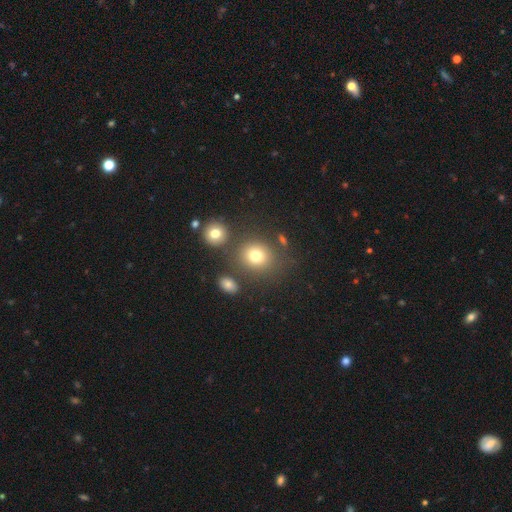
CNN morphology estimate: The model was most divided on "how rounded": round: 76%, in between: 23%, cigar-shaped: 1%. More confident: smooth or featured — smooth (76%); merging — none (75%).